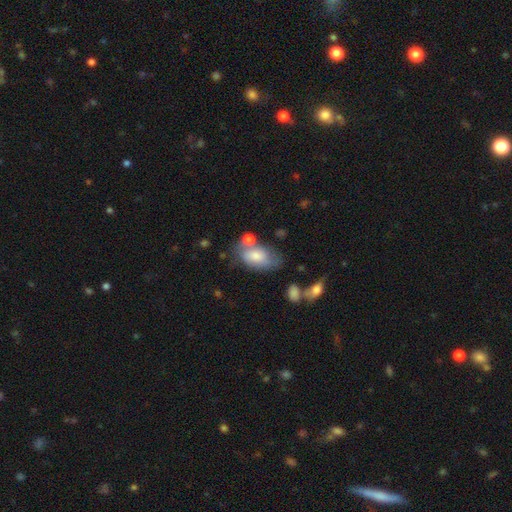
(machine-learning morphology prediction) A smooth galaxy with no disk features (70%) that is in between round and cigar-shaped (90%). Merging: none (42%).